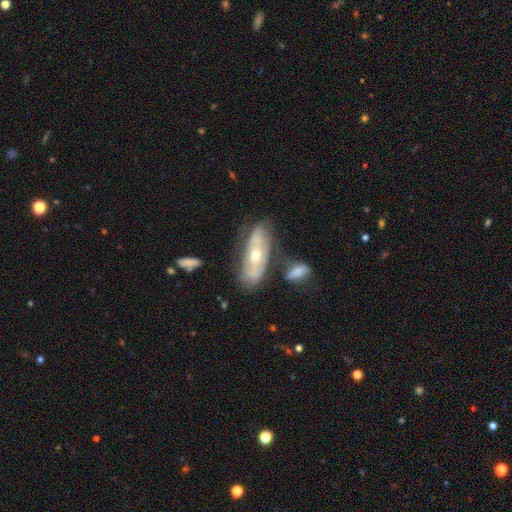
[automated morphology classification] smooth_or_featured: featured or disk (p=0.69) [alt: smooth p=0.24]
disk_edge_on: no (p=0.83) [alt: yes p=0.17]
bar: no (p=0.69) [alt: weak p=0.20]
has_spiral_arms: yes (p=0.64) [alt: no p=0.36]
bulge_size: moderate (p=0.53) [alt: small p=0.43]
merging: none (p=0.65) [alt: minor disturbance p=0.20]